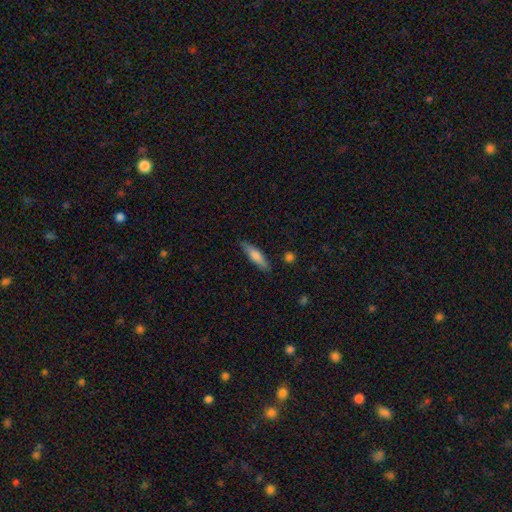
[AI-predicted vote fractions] This appears to be a smooth galaxy with no disk features (71%) that is cigar-shaped (73%). Merging: none (85%).